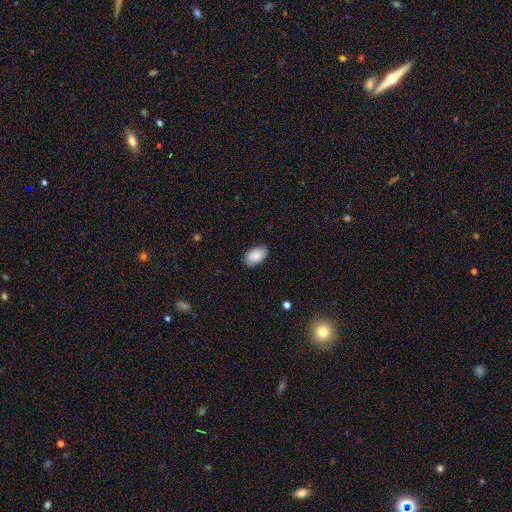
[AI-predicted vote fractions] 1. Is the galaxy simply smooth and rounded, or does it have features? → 90% smooth, 6% star or artifact, 4% featured or disk.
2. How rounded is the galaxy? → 94% in between, 5% round, 1% cigar-shaped.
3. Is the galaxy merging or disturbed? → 84% none, 12% minor disturbance, 3% major disturbance, 1% merger.